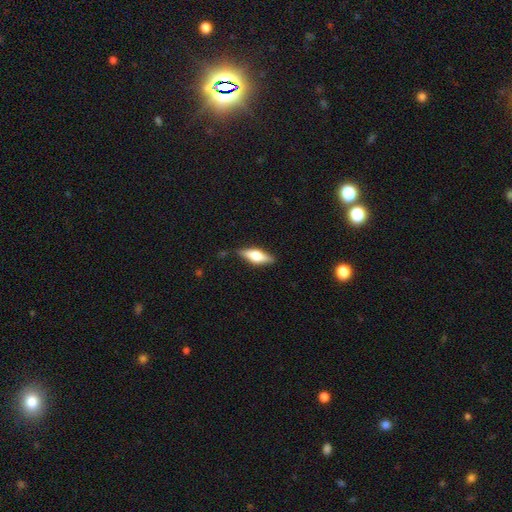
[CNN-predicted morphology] Smooth or featured? featured or disk (48%)
Merging? none (84%)